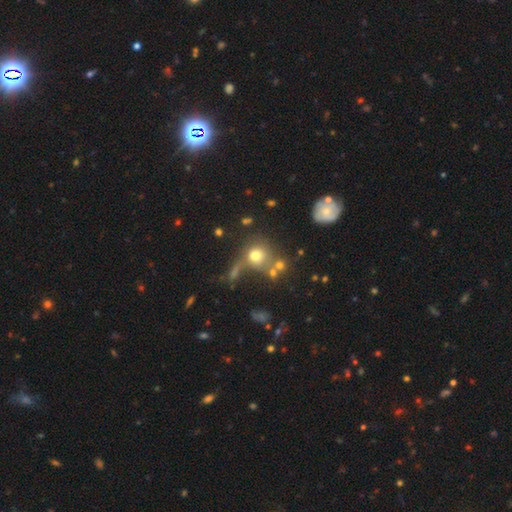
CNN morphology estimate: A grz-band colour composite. It shows a smooth galaxy with no disk features (68%) that is round (83%). Merging: none (46%).